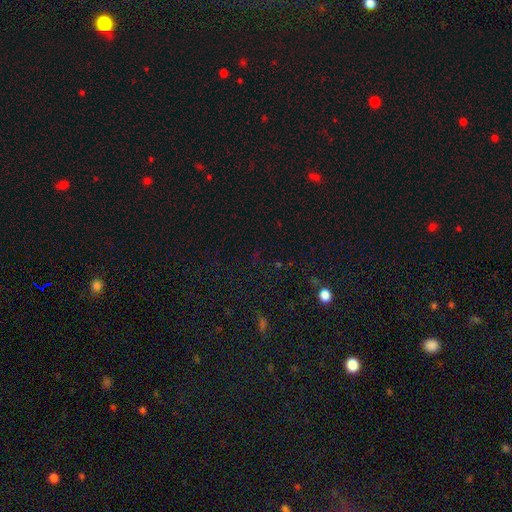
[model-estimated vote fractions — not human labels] Overall: star or artifact (69%).